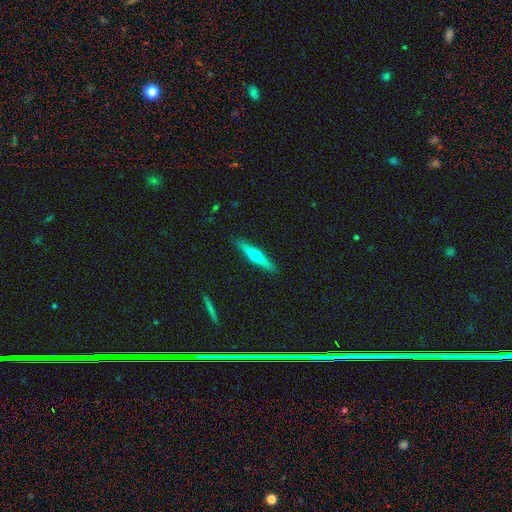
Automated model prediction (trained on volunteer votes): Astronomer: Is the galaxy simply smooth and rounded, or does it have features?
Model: featured or disk — 57% (runner-up: smooth, 37%).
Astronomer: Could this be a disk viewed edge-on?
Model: yes — 96%.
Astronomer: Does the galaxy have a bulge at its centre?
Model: rounded — 91%.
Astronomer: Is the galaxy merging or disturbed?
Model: none — 90%.